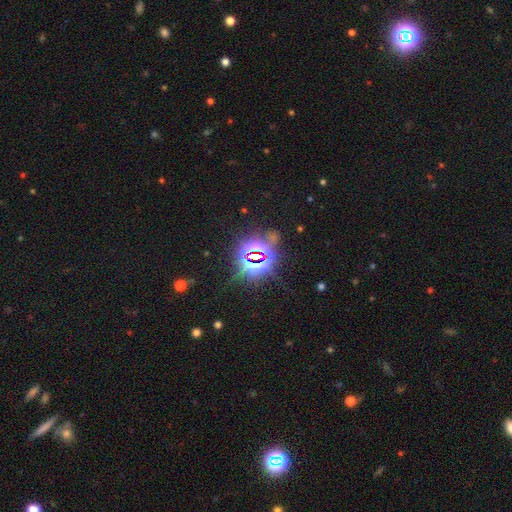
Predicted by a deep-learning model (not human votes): Smooth or featured? star or artifact (82%)